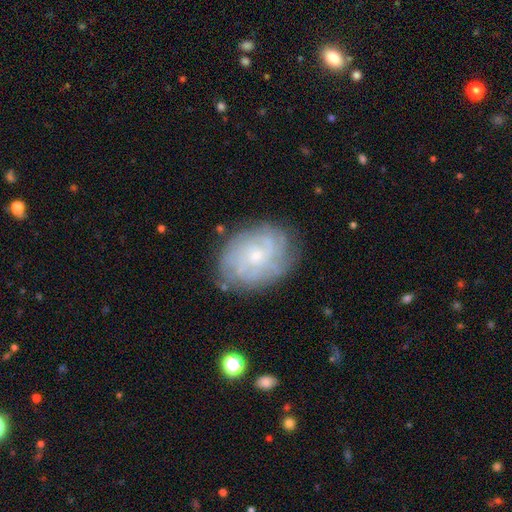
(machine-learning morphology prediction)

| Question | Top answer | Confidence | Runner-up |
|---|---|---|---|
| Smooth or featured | featured or disk | 72% | smooth (20%) |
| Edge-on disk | no | 97% | yes (3%) |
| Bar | no | 79% | weak (19%) |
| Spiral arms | yes | 87% | no (13%) |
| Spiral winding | tight | 68% | medium (23%) |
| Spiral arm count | can't tell | 52% | 4 (14%) |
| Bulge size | small | 77% | moderate (19%) |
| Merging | none | 77% | minor disturbance (16%) |